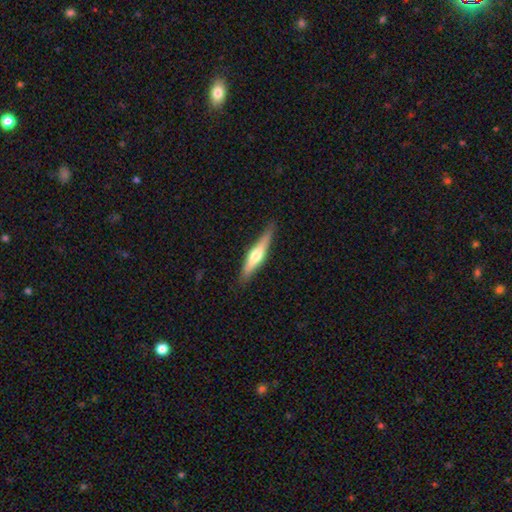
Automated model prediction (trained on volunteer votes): This is possibly a featured or disk galaxy (55%). It is clearly viewed edge-on (95%). Edge-on bulge: clearly rounded (84%). Merging: clearly none (86%).